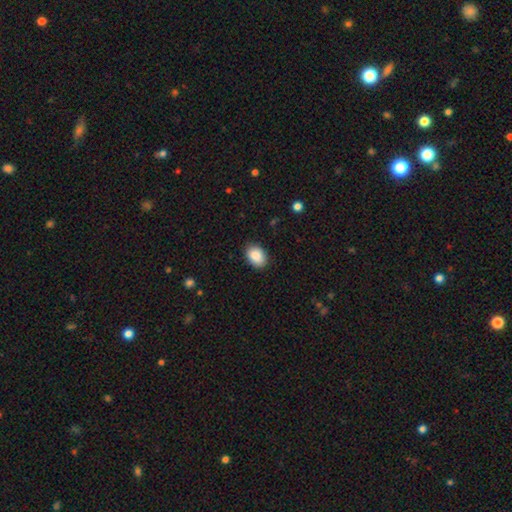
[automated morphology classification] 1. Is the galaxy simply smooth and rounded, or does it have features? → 89% smooth, 7% star or artifact, 4% featured or disk.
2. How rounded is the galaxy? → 80% in between, 19% round, 1% cigar-shaped.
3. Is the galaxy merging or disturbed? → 87% none, 10% minor disturbance, 2% major disturbance, 1% merger.